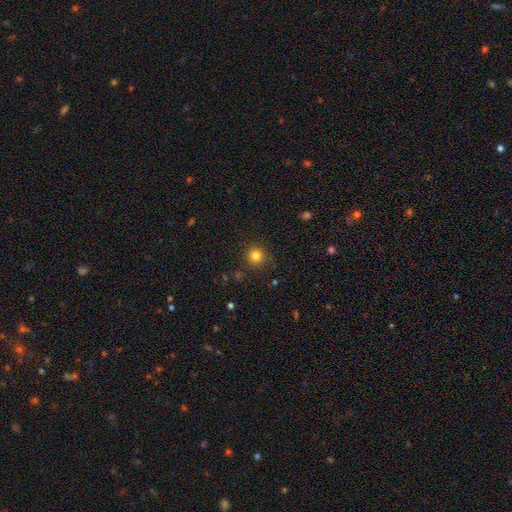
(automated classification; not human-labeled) Overall: smooth (82%). How rounded: round (93%). Merging: none (88%).